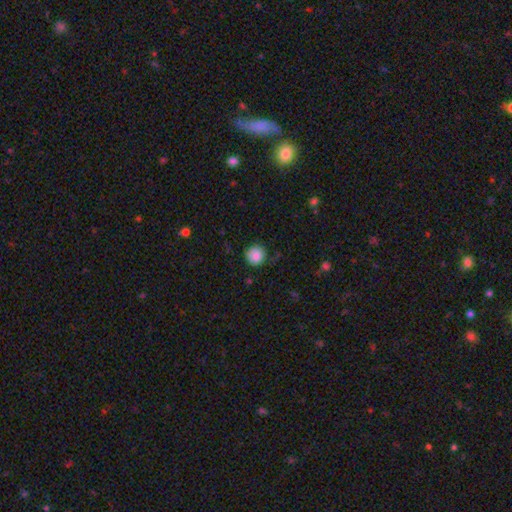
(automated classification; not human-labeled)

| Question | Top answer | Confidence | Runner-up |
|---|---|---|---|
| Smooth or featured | smooth | 86% | star or artifact (9%) |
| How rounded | round | 93% | in between (6%) |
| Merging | none | 82% | minor disturbance (14%) |